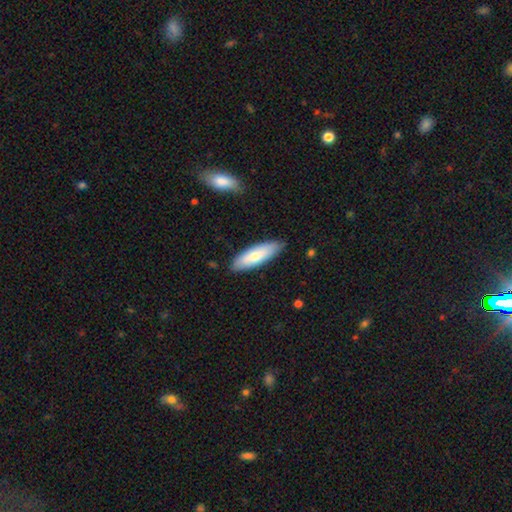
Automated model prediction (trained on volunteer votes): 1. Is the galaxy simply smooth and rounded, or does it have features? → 72% smooth, 22% featured or disk, 5% star or artifact.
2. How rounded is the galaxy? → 58% in between, 41% cigar-shaped, 2% round.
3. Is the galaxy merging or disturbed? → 86% none, 11% minor disturbance, 2% major disturbance, 1% merger.